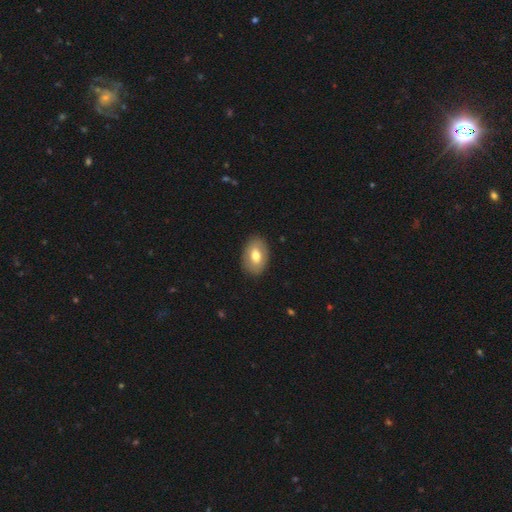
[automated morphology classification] smooth_or_featured: smooth (p=0.67) [alt: featured or disk p=0.26]
how_rounded: in between (p=0.87) [alt: round p=0.12]
merging: none (p=0.87) [alt: minor disturbance p=0.09]